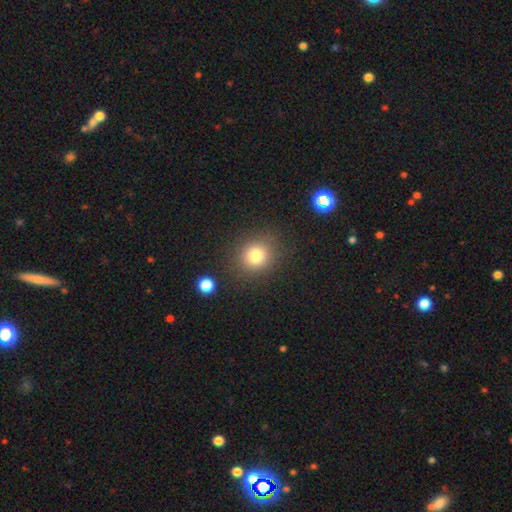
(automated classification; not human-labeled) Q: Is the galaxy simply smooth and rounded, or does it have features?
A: smooth — 78%.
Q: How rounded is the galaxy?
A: round — 83%.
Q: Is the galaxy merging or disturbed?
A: none — 85%.